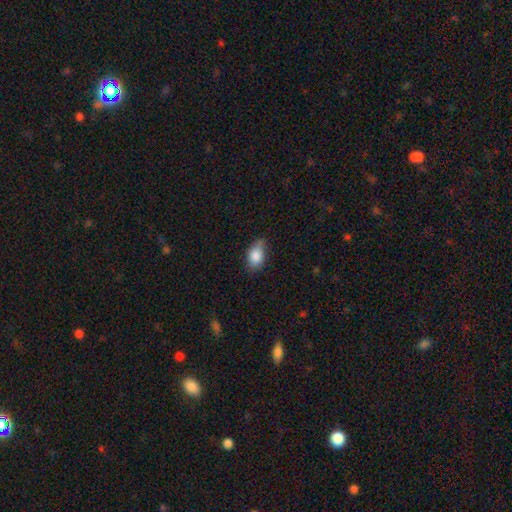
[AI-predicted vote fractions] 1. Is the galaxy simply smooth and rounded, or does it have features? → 85% smooth, 8% featured or disk, 7% star or artifact.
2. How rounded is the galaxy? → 86% in between, 11% round, 3% cigar-shaped.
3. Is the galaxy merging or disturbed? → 60% none, 33% minor disturbance, 5% major disturbance, 2% merger.